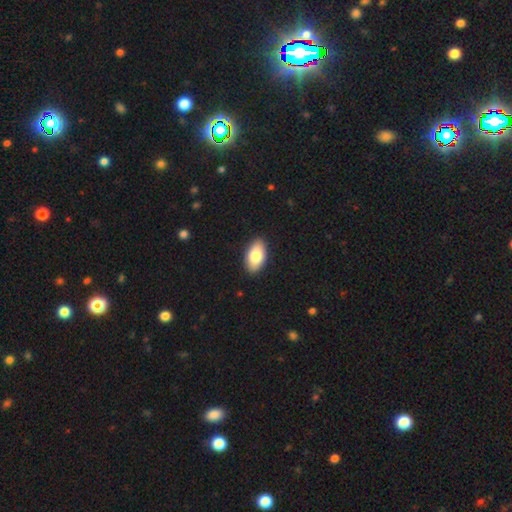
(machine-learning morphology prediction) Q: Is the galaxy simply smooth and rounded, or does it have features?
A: smooth — 81%.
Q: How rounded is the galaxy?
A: in between — 94%.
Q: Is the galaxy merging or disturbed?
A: none — 90%.